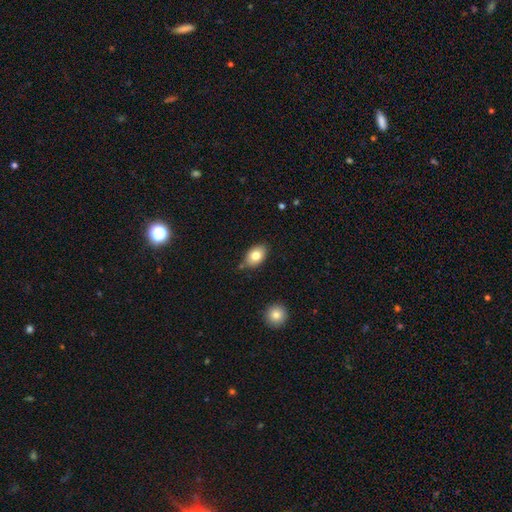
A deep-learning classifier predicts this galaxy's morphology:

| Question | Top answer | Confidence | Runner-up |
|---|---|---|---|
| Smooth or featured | smooth | 79% | featured or disk (13%) |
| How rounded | in between | 85% | round (14%) |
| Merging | none | 77% | minor disturbance (16%) |